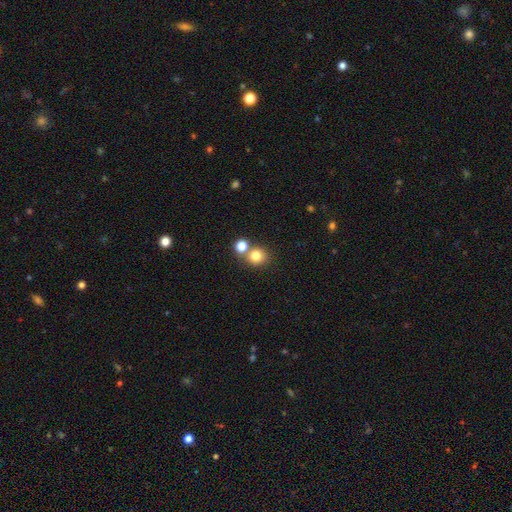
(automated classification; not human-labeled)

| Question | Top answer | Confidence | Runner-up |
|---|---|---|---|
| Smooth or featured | smooth | 80% | star or artifact (12%) |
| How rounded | round | 87% | in between (12%) |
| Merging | none | 61% | merger (29%) |